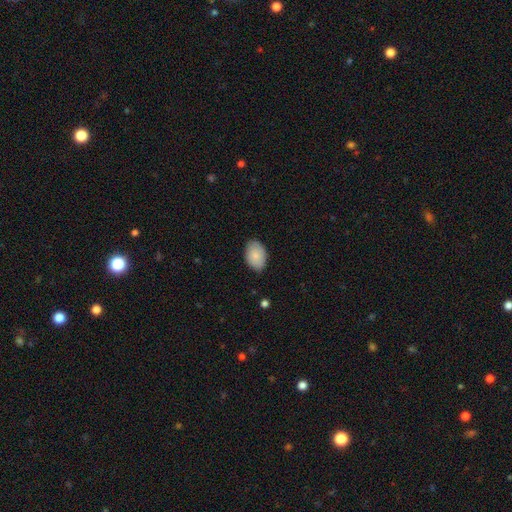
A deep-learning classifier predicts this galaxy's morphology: Overall: smooth (85%). How rounded: in between (88%). Merging: none (83%).